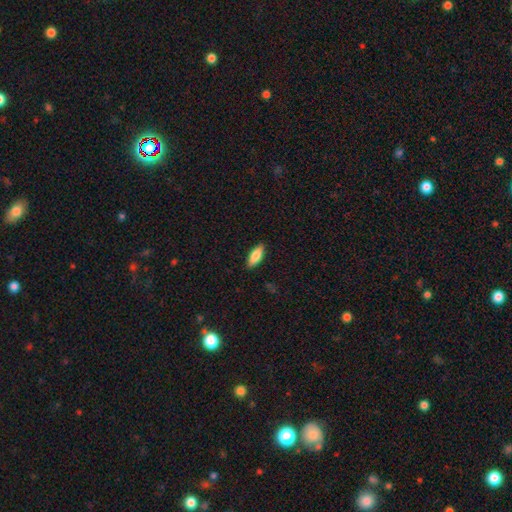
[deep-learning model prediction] Q: Smooth or featured?
A: smooth (83%); runner-up: featured or disk (11%)
Q: How rounded?
A: in between (76%); runner-up: cigar-shaped (22%)
Q: Merging?
A: none (87%); runner-up: minor disturbance (10%)